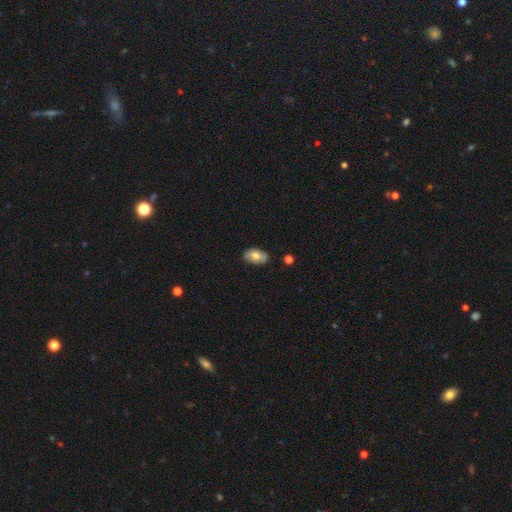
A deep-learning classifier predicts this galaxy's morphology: Q: Smooth or featured?
A: smooth (73%); runner-up: featured or disk (21%)
Q: How rounded?
A: in between (92%); runner-up: round (6%)
Q: Merging?
A: none (84%); runner-up: minor disturbance (12%)